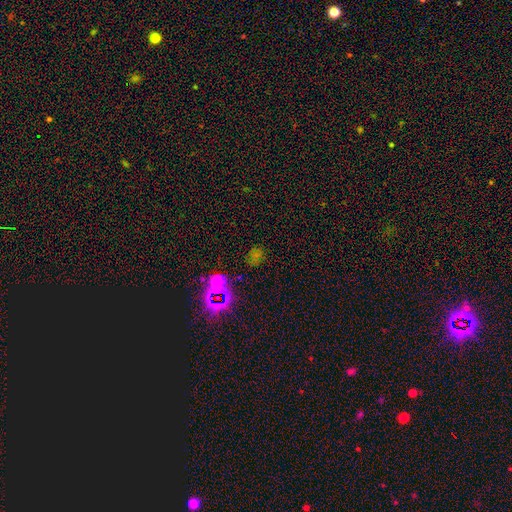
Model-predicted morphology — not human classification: star or artifact 52%, smooth 40%, featured or disk 8%.